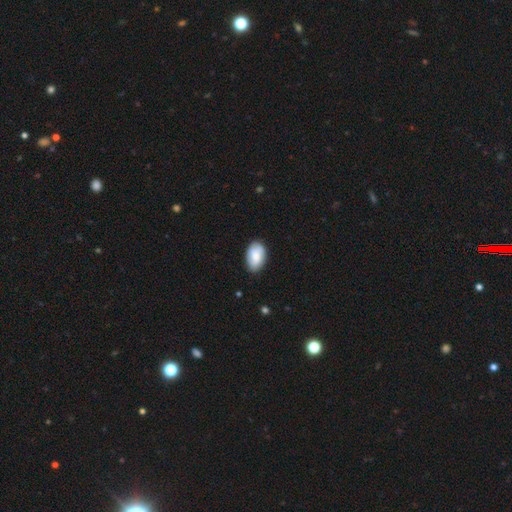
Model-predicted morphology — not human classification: This is clearly a smooth galaxy (82%). How rounded: clearly in between (93%). Merging: likely none (79%).